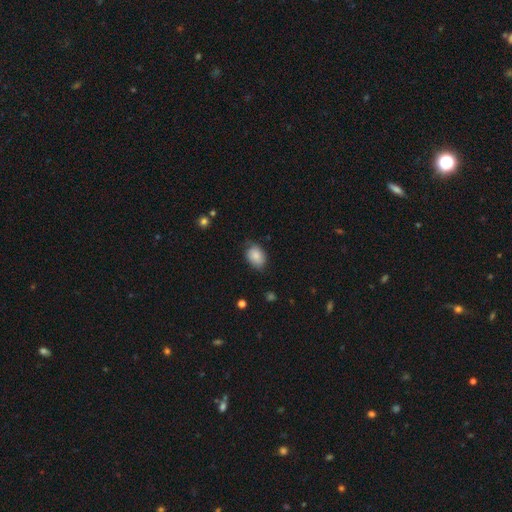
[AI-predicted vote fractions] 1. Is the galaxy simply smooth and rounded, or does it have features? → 79% smooth, 14% featured or disk, 8% star or artifact.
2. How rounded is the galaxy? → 77% in between, 22% round, 1% cigar-shaped.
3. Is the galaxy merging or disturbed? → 63% none, 29% minor disturbance, 6% major disturbance, 1% merger.